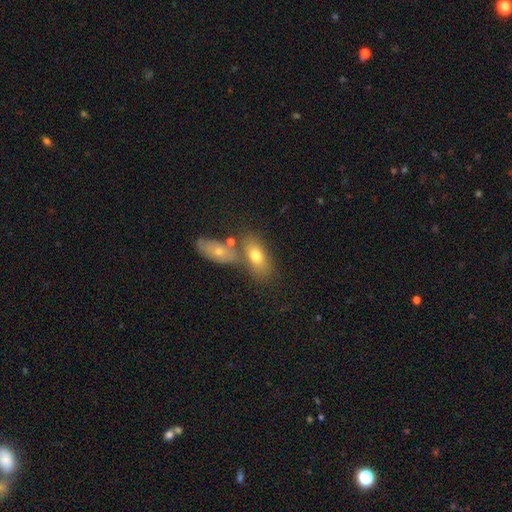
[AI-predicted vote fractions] Q: Smooth or featured?
A: smooth (69%); runner-up: featured or disk (22%)
Q: How rounded?
A: in between (81%); runner-up: cigar-shaped (12%)
Q: Merging?
A: none (47%); runner-up: merger (38%)